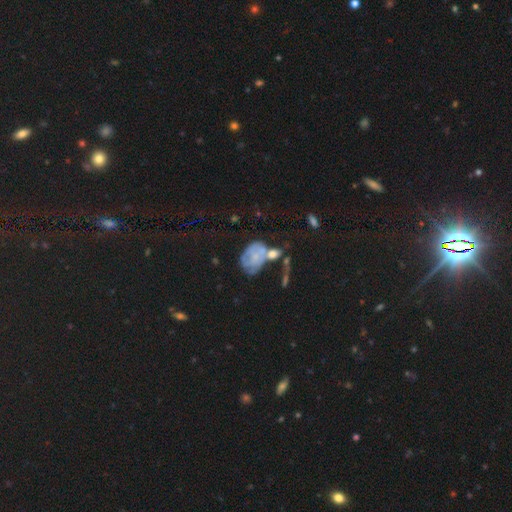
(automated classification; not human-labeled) Smooth or featured? Predicted: featured or disk (p=0.55). Edge-on disk? Predicted: no (p=0.97). Bar? Predicted: no (p=0.84). Spiral arms? Predicted: no (p=0.54). Bulge size? Predicted: small (p=0.53). Merging? Predicted: merger (p=0.40).